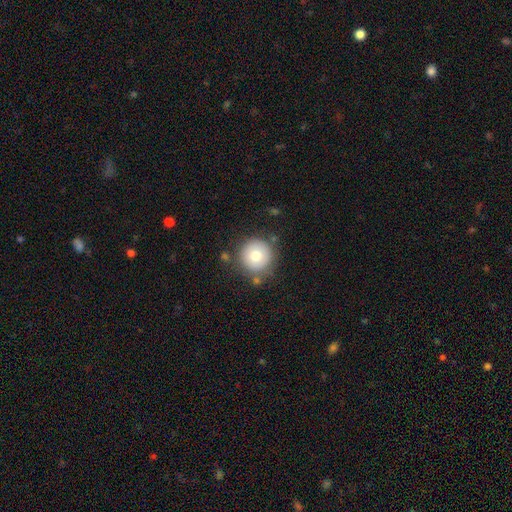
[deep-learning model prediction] Overall: smooth (76%). How rounded: round (95%). Merging: none (80%).